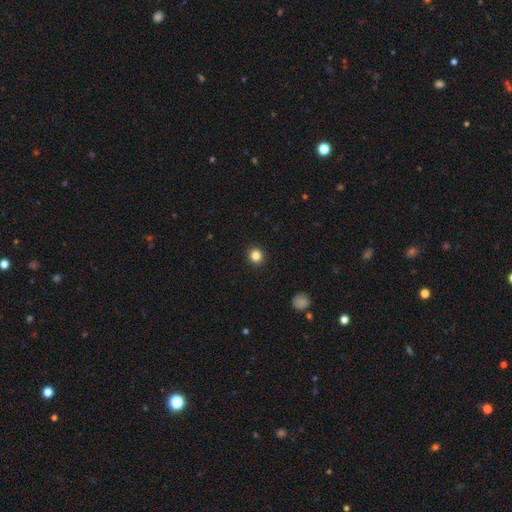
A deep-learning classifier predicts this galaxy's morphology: Smooth or featured? smooth (84%)
How rounded? round (90%)
Merging? none (93%)